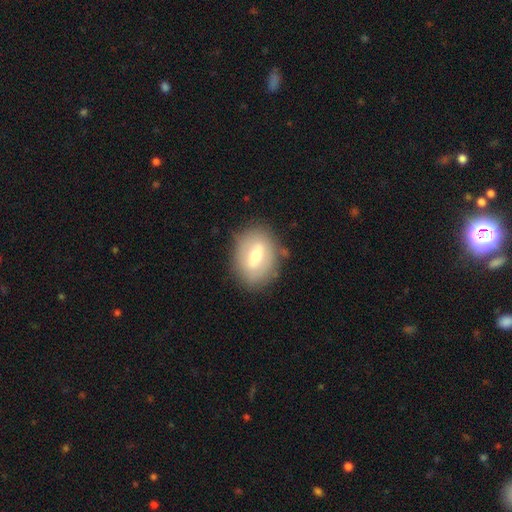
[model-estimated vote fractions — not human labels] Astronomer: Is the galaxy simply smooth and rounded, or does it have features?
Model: smooth — 49% (runner-up: featured or disk, 44%).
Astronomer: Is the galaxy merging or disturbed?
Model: none — 81%.